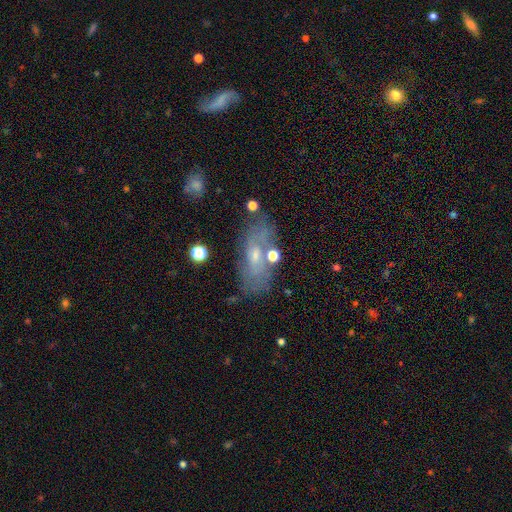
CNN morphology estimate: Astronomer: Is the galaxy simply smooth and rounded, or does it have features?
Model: featured or disk — 48% (runner-up: smooth, 33%).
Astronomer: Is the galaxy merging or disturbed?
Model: none — 72%.